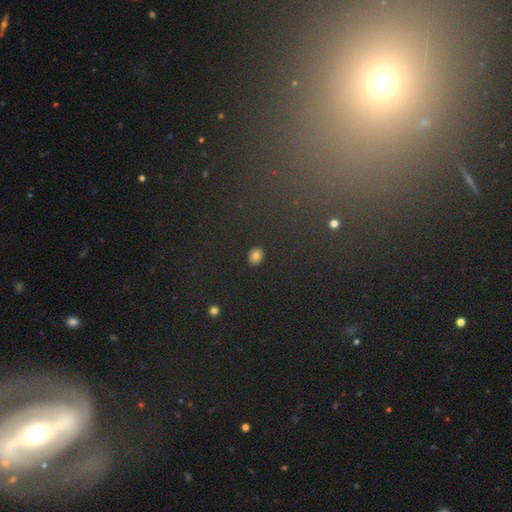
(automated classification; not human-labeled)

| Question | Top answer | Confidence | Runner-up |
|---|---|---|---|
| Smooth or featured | smooth | 78% | star or artifact (16%) |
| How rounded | in between | 62% | round (36%) |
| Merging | none | 89% | minor disturbance (8%) |